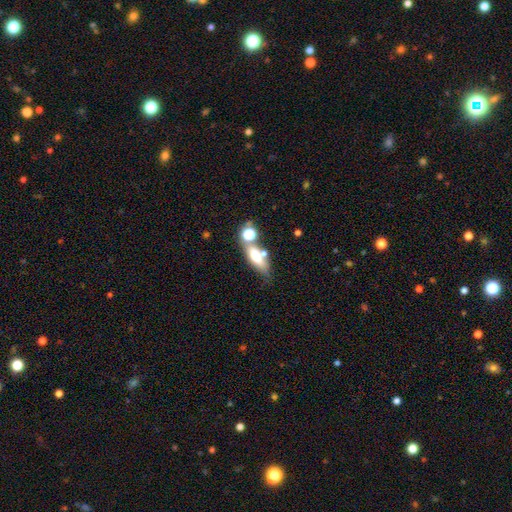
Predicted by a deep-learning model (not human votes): smooth-or-featured: smooth: 61% | featured or disk: 28% | star or artifact: 11%
  how-rounded: in between: 58% | cigar-shaped: 33% | round: 9%
  merging: none: 50% | merger: 28% | minor disturbance: 15% | major disturbance: 8%